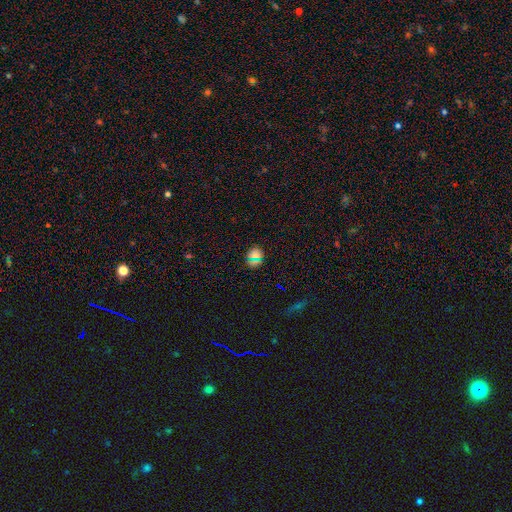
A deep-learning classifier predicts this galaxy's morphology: Overall: smooth (63%; star or artifact 30%). How rounded: round (69%; in between 29%). Merging: none (85%).